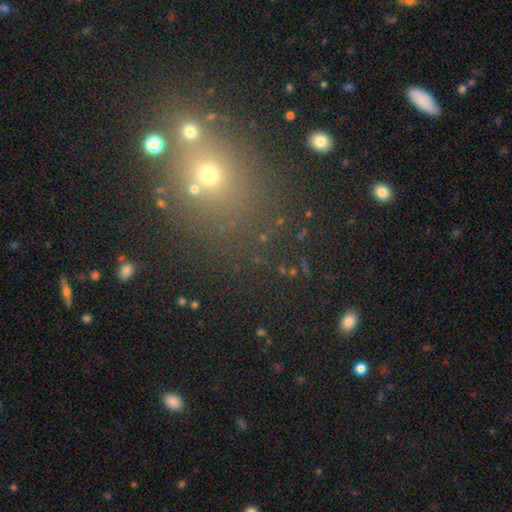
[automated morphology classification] star or artifact 44%, smooth 43%, featured or disk 12%.